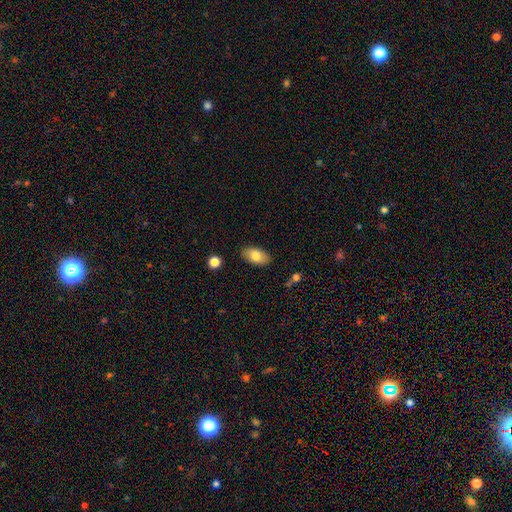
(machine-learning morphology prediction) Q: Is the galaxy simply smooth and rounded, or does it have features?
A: smooth — 79%.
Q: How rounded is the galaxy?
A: in between — 94%.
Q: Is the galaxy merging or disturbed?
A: none — 86%.